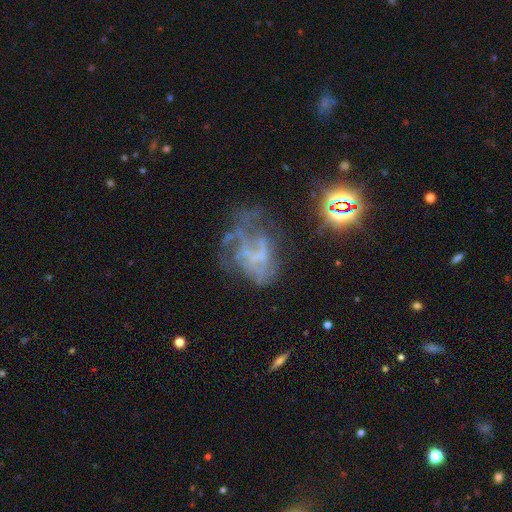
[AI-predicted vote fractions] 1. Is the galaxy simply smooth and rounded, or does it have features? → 64% featured or disk, 20% star or artifact, 15% smooth.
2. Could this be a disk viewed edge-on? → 98% no, 2% yes.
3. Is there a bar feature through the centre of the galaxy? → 78% no, 16% weak, 6% strong.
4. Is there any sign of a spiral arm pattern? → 61% no, 39% yes.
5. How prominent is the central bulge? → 77% none, 13% small, 6% moderate, 2% large, 1% dominant.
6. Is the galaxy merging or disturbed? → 43% major disturbance, 32% none, 19% minor disturbance, 6% merger.